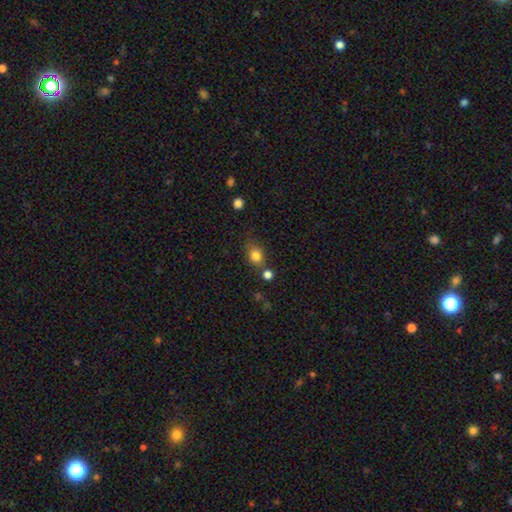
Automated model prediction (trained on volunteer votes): A smooth galaxy with no disk features (82%) that is round (61%).

Vote fractions:
- Smooth or featured? smooth: 82% / star or artifact: 11% / featured or disk: 7%
- How rounded? round: 61% / in between: 37% / cigar-shaped: 1%
- Merging? none: 64% / minor disturbance: 17% / merger: 13% / major disturbance: 6%